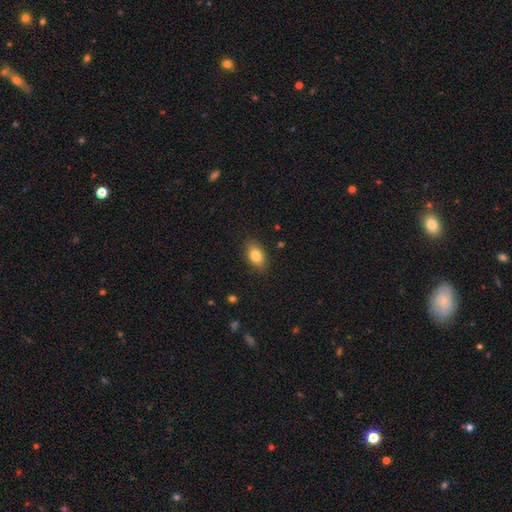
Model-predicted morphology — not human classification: smooth-or-featured: smooth: 82% | featured or disk: 11% | star or artifact: 8%
  how-rounded: in between: 88% | round: 9% | cigar-shaped: 3%
  merging: none: 86% | minor disturbance: 10% | major disturbance: 2% | merger: 1%